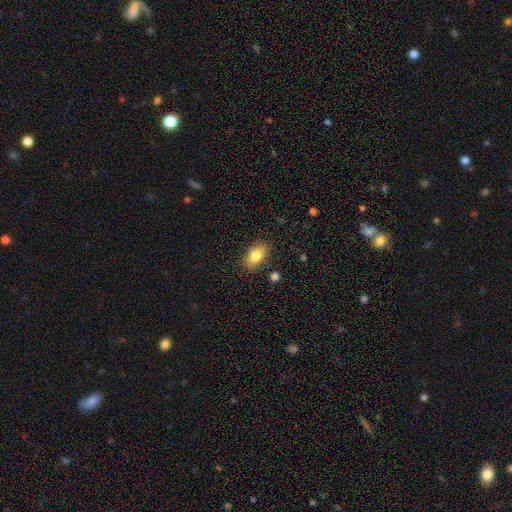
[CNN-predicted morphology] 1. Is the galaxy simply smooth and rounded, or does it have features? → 82% smooth, 10% featured or disk, 8% star or artifact.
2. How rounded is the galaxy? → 90% in between, 7% round, 3% cigar-shaped.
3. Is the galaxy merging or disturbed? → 84% none, 11% minor disturbance, 3% major disturbance, 2% merger.